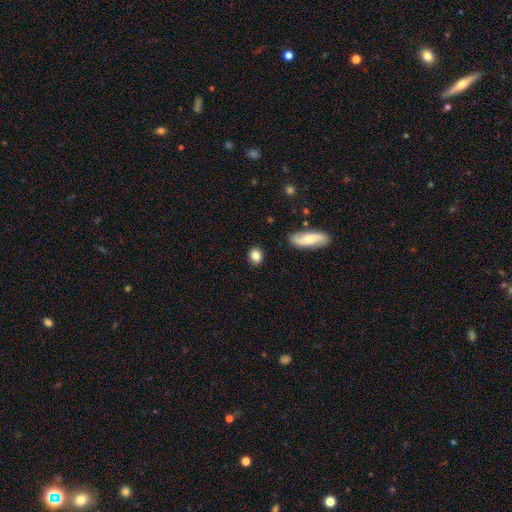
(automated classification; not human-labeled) The model was most divided on "how rounded": round: 57%, in between: 41%, cigar-shaped: 2%. More confident: merging — none (87%); smooth or featured — smooth (84%).